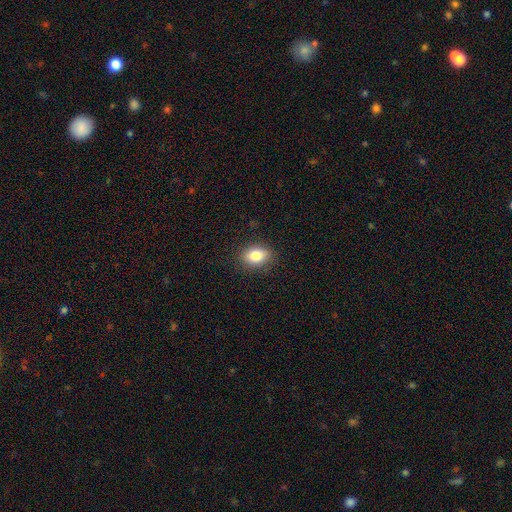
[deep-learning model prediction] A smooth galaxy with no disk features (82%) that is in between round and cigar-shaped (74%).

Vote fractions:
- Smooth or featured? smooth: 82% / star or artifact: 9% / featured or disk: 9%
- How rounded? in between: 74% / round: 24% / cigar-shaped: 2%
- Merging? none: 86% / minor disturbance: 10% / major disturbance: 3% / merger: 1%